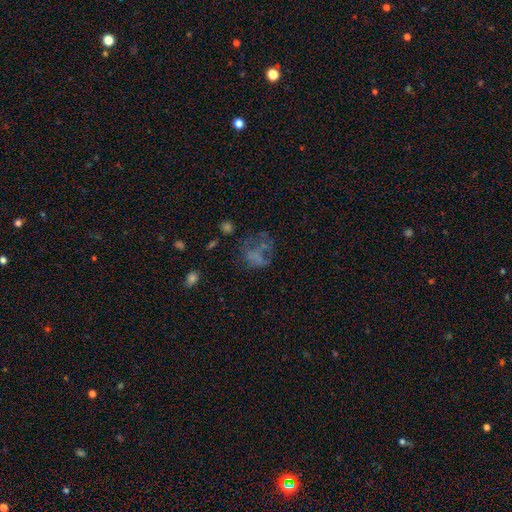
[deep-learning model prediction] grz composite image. It shows a smooth galaxy with no disk features (43%). Merging: none (41%).